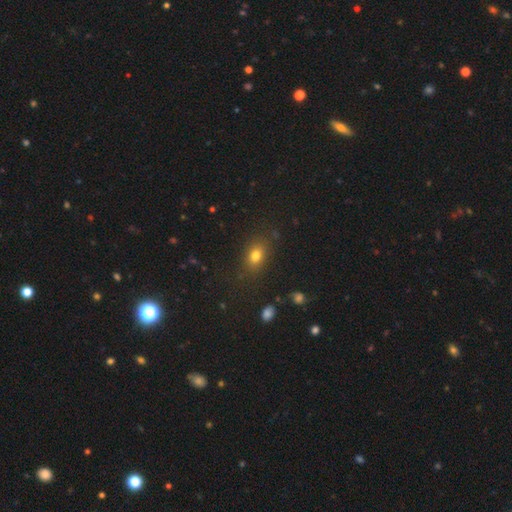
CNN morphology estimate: Smooth or featured: smooth — 77% (star or artifact — 13%)
How rounded: in between — 72% (round — 25%)
Merging: none — 82% (minor disturbance — 12%)